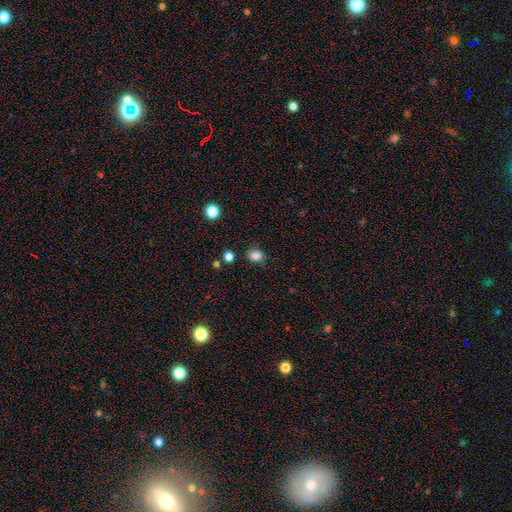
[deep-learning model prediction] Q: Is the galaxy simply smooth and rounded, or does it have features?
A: smooth — 84%.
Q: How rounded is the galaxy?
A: round — 60%.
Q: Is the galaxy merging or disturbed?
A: none — 81%.